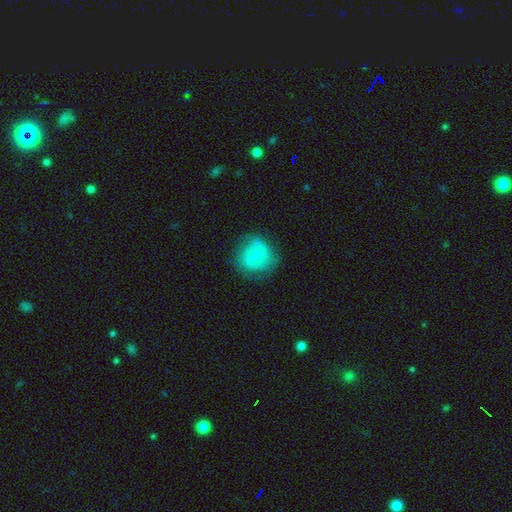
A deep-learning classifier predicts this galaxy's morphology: Smooth or featured: smooth — 58% (featured or disk — 34%)
How rounded: round — 83% (in between — 16%)
Merging: none — 68% (minor disturbance — 22%)